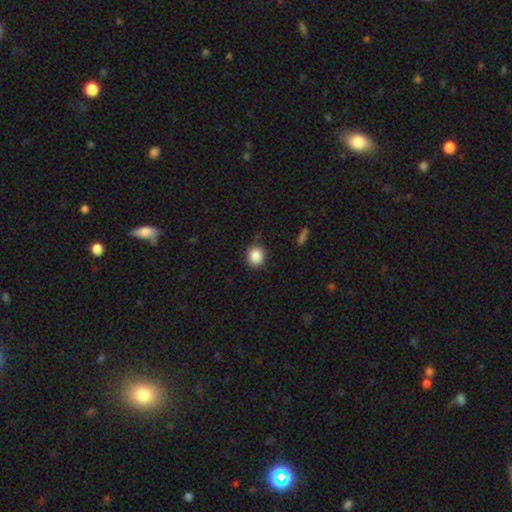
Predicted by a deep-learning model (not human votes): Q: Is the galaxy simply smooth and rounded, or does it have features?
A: smooth — 87%.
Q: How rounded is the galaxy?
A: round — 82%.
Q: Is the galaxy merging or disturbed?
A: none — 81%.